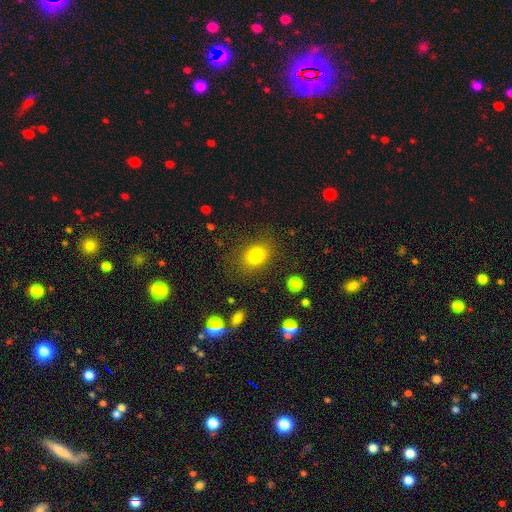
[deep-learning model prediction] Overall: smooth (79%). How rounded: in between (53%; round 46%). Merging: none (80%).